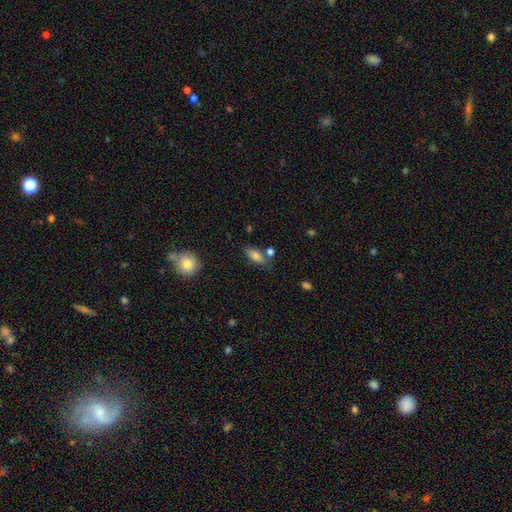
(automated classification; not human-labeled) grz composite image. It shows a smooth galaxy with no disk features (80%) that is in between round and cigar-shaped (82%). Merging: none (67%).